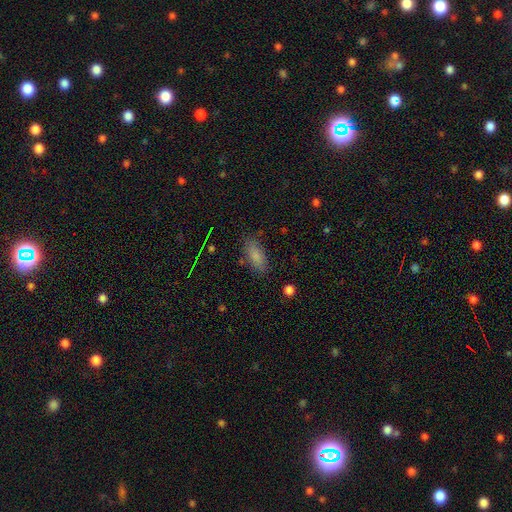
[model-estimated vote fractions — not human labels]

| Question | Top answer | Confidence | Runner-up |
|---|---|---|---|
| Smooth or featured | smooth | 82% | star or artifact (11%) |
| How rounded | in between | 83% | cigar-shaped (14%) |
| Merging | none | 82% | minor disturbance (13%) |